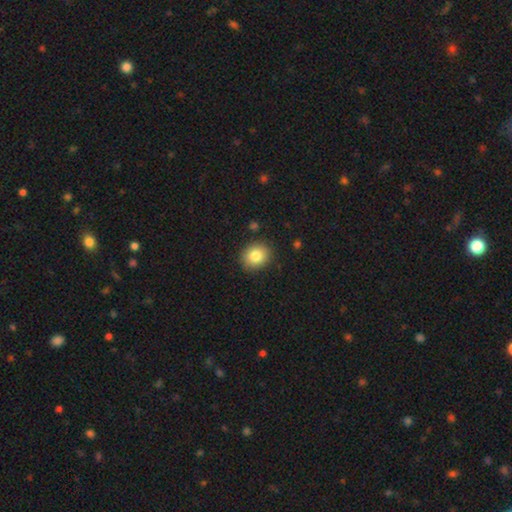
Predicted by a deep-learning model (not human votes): This appears to be a smooth galaxy with no disk features (83%) that is round (70%). Merging: none (88%).